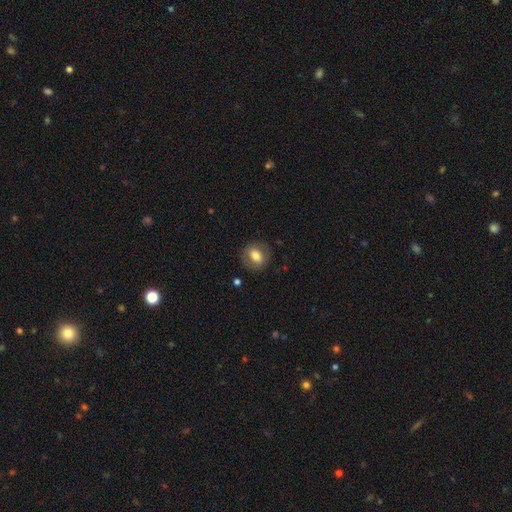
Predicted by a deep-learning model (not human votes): Smooth or featured?
  - smooth: 74% *
  - featured or disk: 18%
  - star or artifact: 8%
How rounded?
  - round: 52% *
  - in between: 47%
  - cigar-shaped: 1%
Merging?
  - none: 80% *
  - minor disturbance: 13%
  - major disturbance: 5%
  - merger: 1%